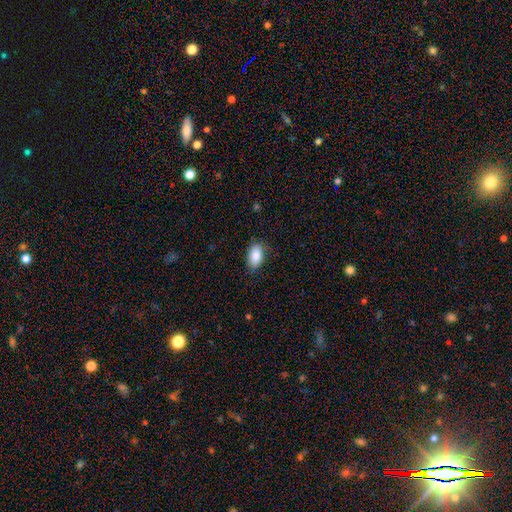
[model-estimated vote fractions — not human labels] Q: Smooth or featured?
A: smooth (86%); runner-up: featured or disk (7%)
Q: How rounded?
A: in between (93%); runner-up: round (5%)
Q: Merging?
A: none (79%); runner-up: minor disturbance (17%)